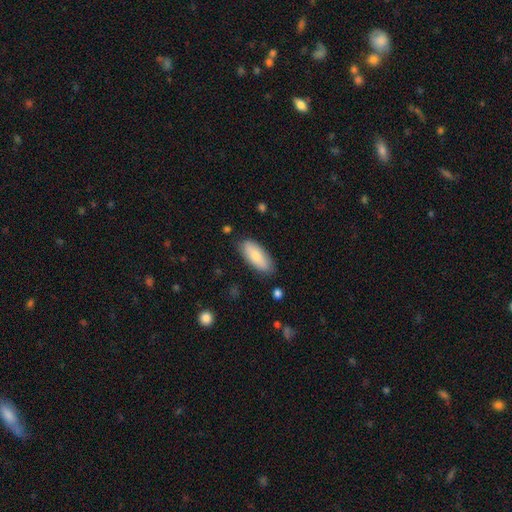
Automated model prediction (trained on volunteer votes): The model was most divided on "smooth or featured": smooth: 76%, featured or disk: 18%, star or artifact: 6%. More confident: how rounded — in between (83%); merging — none (81%).